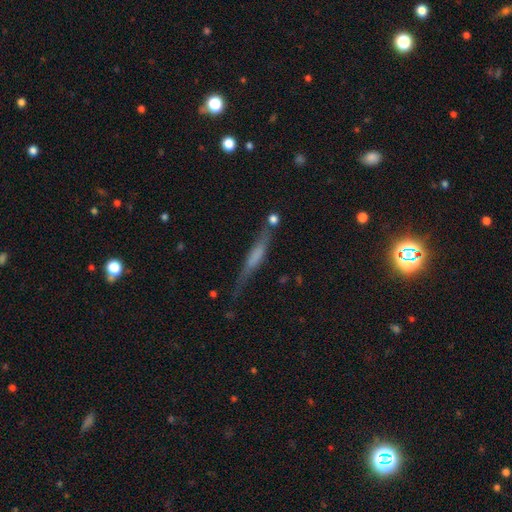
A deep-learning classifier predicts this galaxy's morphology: The model was most divided on "smooth or featured": featured or disk: 49%, smooth: 42%, star or artifact: 9%. More confident: merging — none (66%).